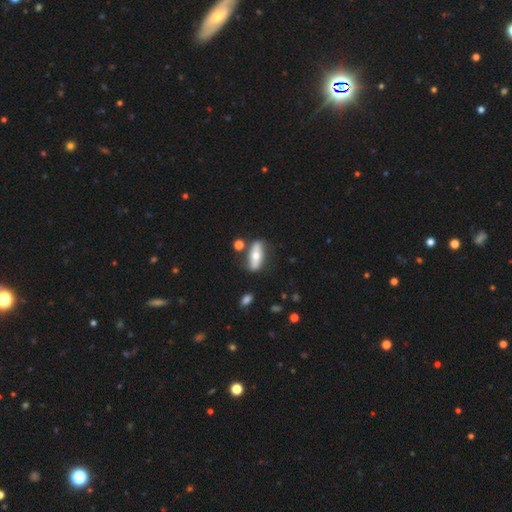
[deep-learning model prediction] smooth_or_featured: featured or disk (p=0.48) [alt: smooth p=0.46]
merging: none (p=0.74) [alt: minor disturbance p=0.15]